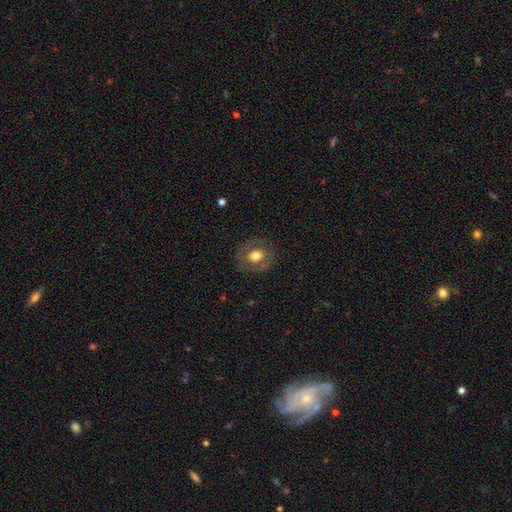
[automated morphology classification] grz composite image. It shows a smooth galaxy with no disk features (59%) that is round (72%). Merging: none (83%).